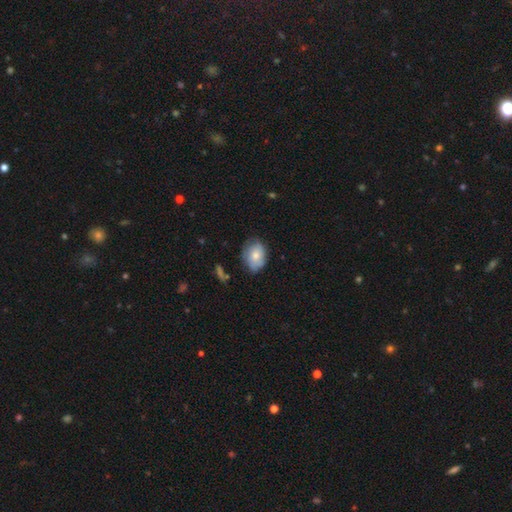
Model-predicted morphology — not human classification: A smooth galaxy with no disk features (72%) that is in between round and cigar-shaped (72%). Merging: none (66%).